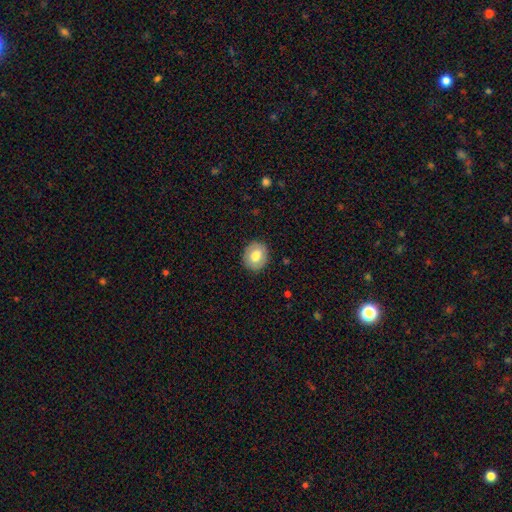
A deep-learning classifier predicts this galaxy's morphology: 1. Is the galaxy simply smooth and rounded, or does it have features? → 75% smooth, 18% featured or disk, 7% star or artifact.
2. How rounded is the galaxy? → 70% round, 29% in between, 1% cigar-shaped.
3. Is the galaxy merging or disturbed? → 89% none, 8% minor disturbance, 2% major disturbance, 1% merger.